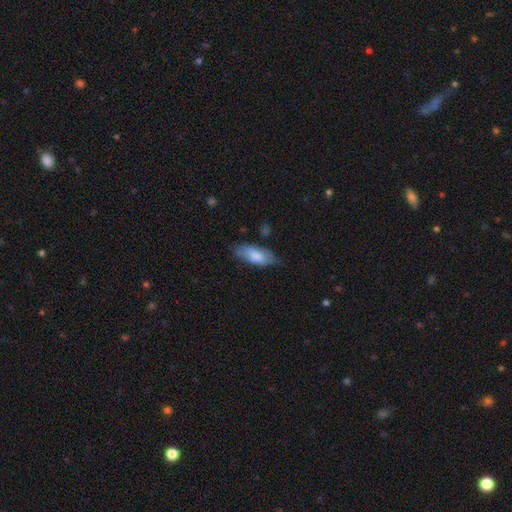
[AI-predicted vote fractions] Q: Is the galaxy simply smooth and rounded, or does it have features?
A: smooth — 74%.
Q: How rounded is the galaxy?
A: in between — 78%.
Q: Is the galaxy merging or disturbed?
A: none — 62%.